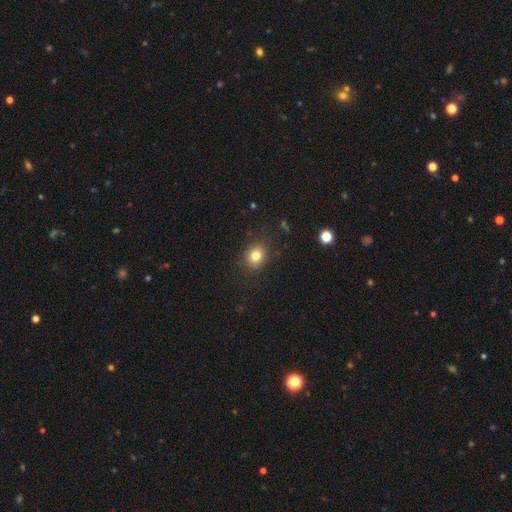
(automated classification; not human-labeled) Smooth or featured?
  - smooth: 80% *
  - star or artifact: 12%
  - featured or disk: 8%
How rounded?
  - round: 65% *
  - in between: 34%
  - cigar-shaped: 1%
Merging?
  - none: 85% *
  - minor disturbance: 10%
  - major disturbance: 3%
  - merger: 1%